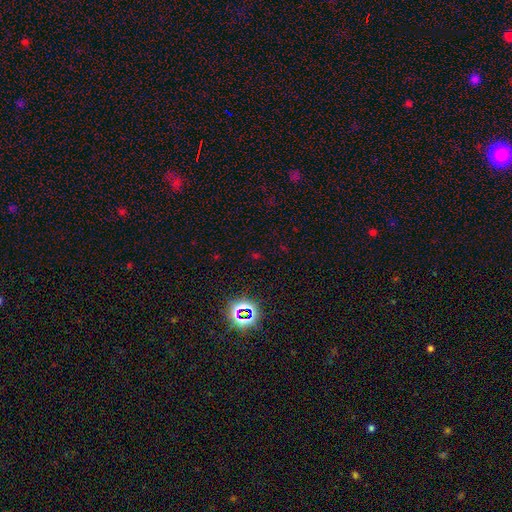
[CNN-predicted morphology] type=star or artifact (70%).